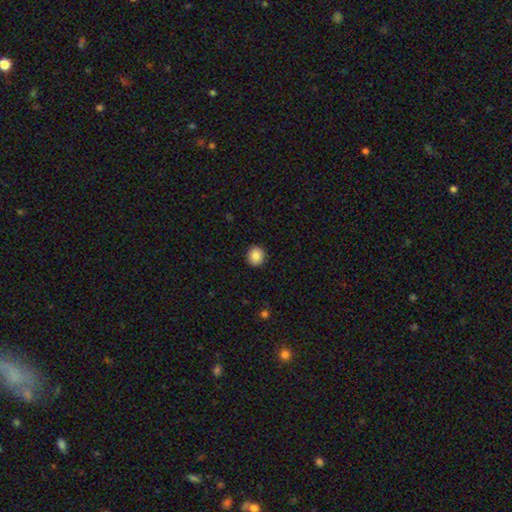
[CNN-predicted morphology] Smooth or featured: smooth — 87% (star or artifact — 9%)
How rounded: round — 87% (in between — 12%)
Merging: none — 92% (minor disturbance — 6%)